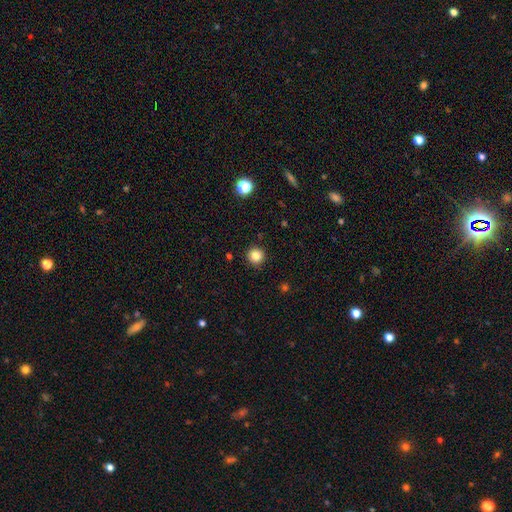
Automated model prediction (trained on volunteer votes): A smooth galaxy with no disk features (83%) that is round (95%).

Vote fractions:
- Smooth or featured? smooth: 83% / star or artifact: 12% / featured or disk: 5%
- How rounded? round: 95% / in between: 4% / cigar-shaped: 1%
- Merging? none: 92% / minor disturbance: 5% / major disturbance: 2% / merger: 1%